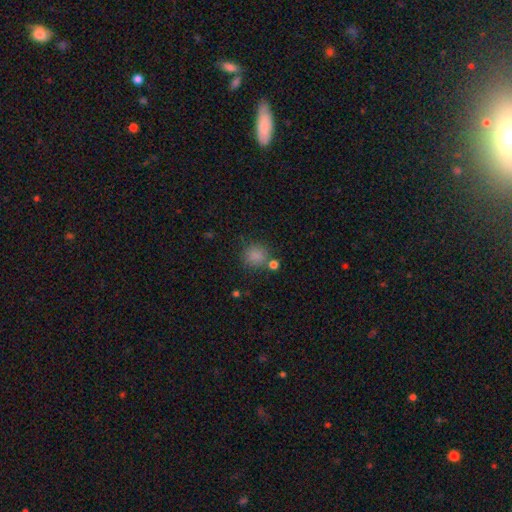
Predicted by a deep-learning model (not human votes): Q: Smooth or featured?
A: smooth (82%); runner-up: star or artifact (12%)
Q: How rounded?
A: round (82%); runner-up: in between (17%)
Q: Merging?
A: none (72%); runner-up: minor disturbance (13%)